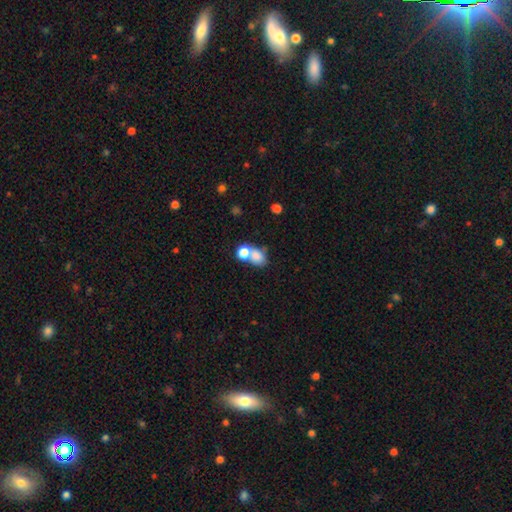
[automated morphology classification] Q: Smooth or featured?
A: smooth (77%); runner-up: featured or disk (12%)
Q: How rounded?
A: in between (55%); runner-up: round (44%)
Q: Merging?
A: merger (54%); runner-up: none (31%)